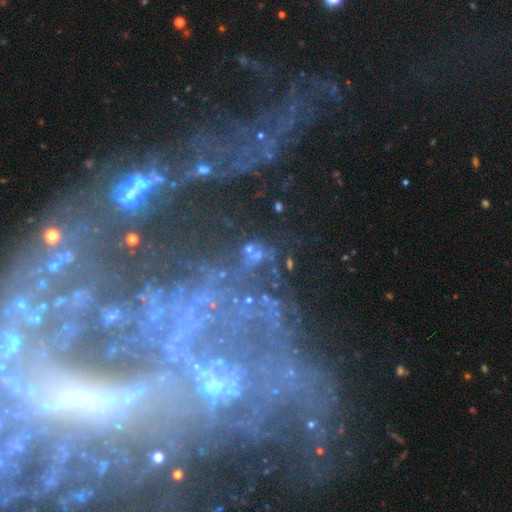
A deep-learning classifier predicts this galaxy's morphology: This appears to be a featured or disk galaxy (42%). Merging: none (51%).